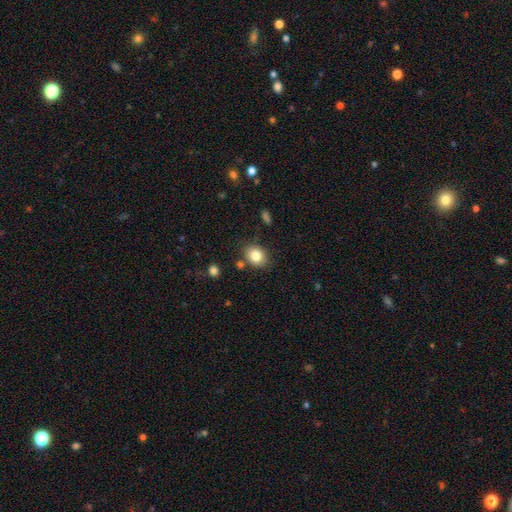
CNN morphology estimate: type=smooth (83%); roundness=round (52%); merging=none (80%).